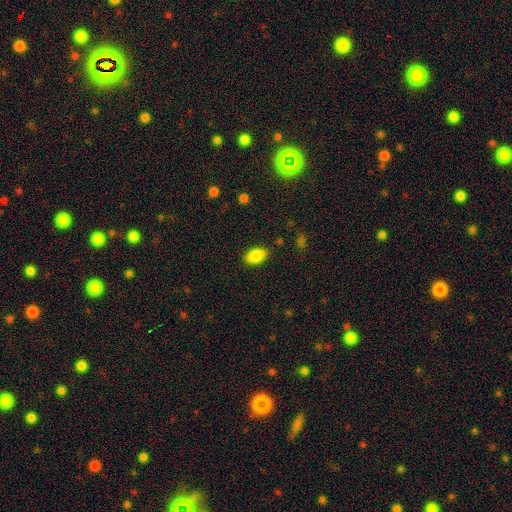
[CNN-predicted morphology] Smooth or featured? Predicted: smooth (p=0.87). How rounded? Predicted: in between (p=0.92). Merging? Predicted: none (p=0.86).